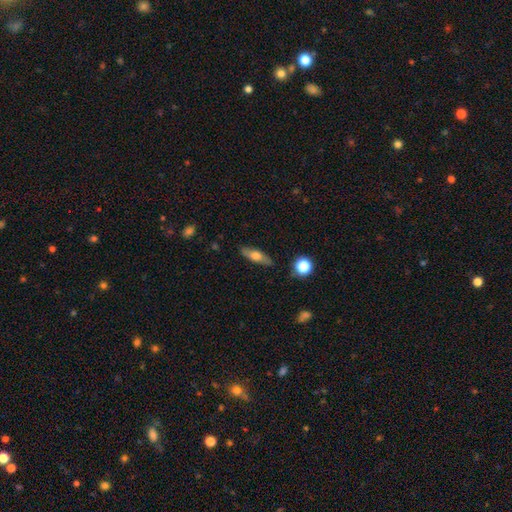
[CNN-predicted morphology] This appears to be a smooth galaxy with no disk features (53%) that is cigar-shaped (48%). Merging: none (84%).